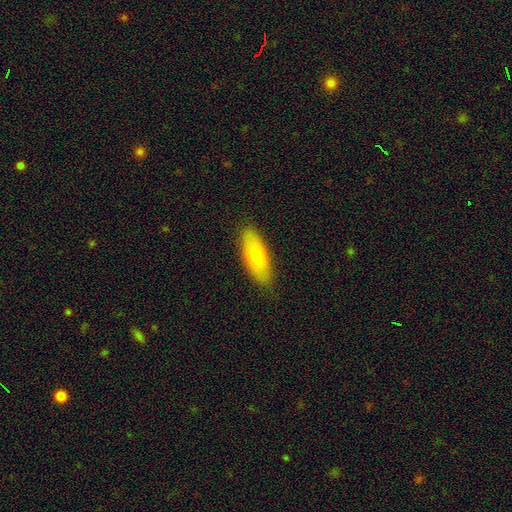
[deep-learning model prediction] Morphology: type=smooth (73%); roundness=in between (73%); merging=none (87%).